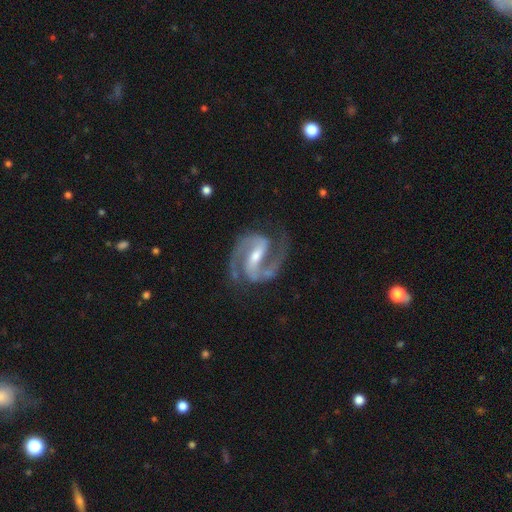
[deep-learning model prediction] smooth_or_featured: featured or disk (p=0.93) [alt: star or artifact p=0.04]
disk_edge_on: no (p=0.98) [alt: yes p=0.02]
bar: strong (p=0.59) [alt: weak p=0.31]
has_spiral_arms: yes (p=0.98) [alt: no p=0.02]
spiral_winding: medium (p=0.63) [alt: tight p=0.27]
spiral_arm_count: 2 (p=0.93) [alt: 3 p=0.02]
bulge_size: moderate (p=0.48) [alt: small p=0.44]
merging: none (p=0.78) [alt: minor disturbance p=0.14]